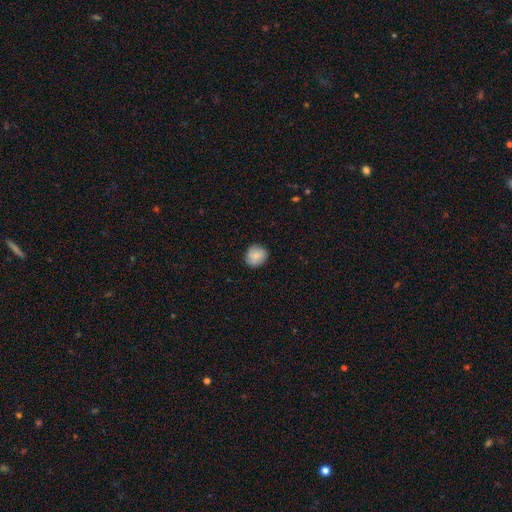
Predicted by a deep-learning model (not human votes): Q: Smooth or featured?
A: smooth (84%); runner-up: featured or disk (9%)
Q: How rounded?
A: round (86%); runner-up: in between (13%)
Q: Merging?
A: none (87%); runner-up: minor disturbance (10%)